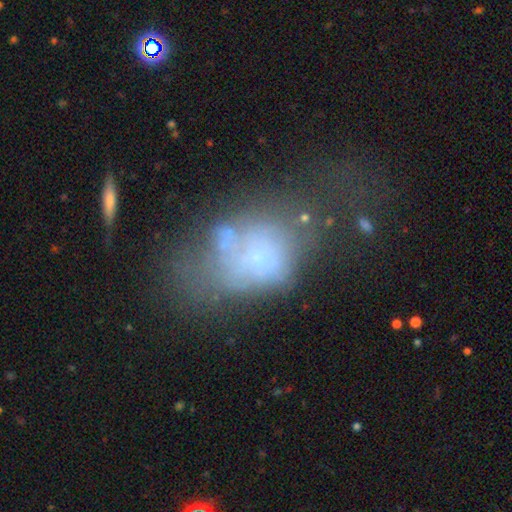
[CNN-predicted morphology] Smooth or featured: smooth — 46% (featured or disk — 39%)
Merging: major disturbance — 41% (none — 21%)